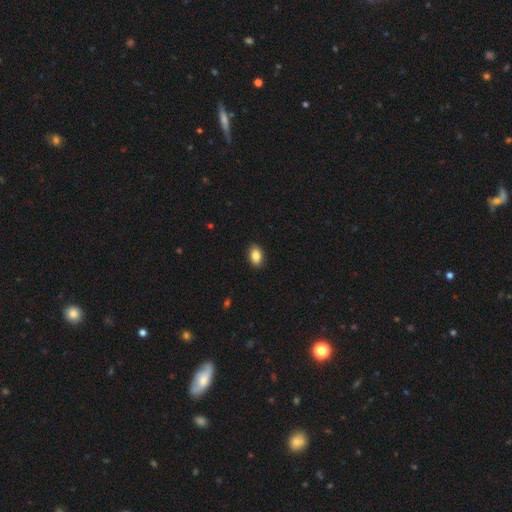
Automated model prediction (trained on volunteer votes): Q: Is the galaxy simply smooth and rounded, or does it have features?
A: smooth — 87%.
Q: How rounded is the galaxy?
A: in between — 87%.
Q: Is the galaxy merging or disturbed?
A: none — 88%.